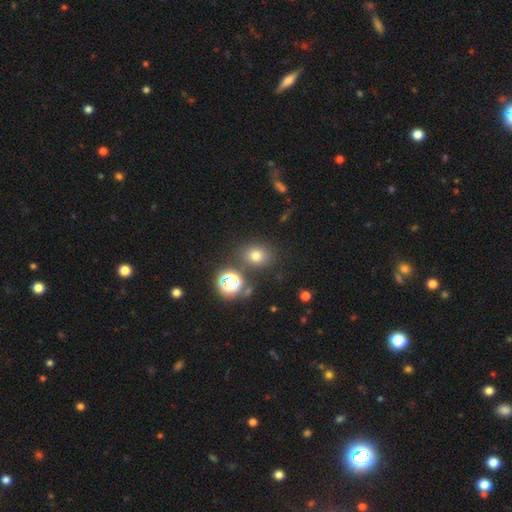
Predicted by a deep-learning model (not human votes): A smooth galaxy with no disk features (70%) that is round (65%).

Vote fractions:
- Smooth or featured? smooth: 70% / star or artifact: 22% / featured or disk: 8%
- How rounded? round: 65% / in between: 34% / cigar-shaped: 1%
- Merging? none: 80% / minor disturbance: 10% / merger: 7% / major disturbance: 4%